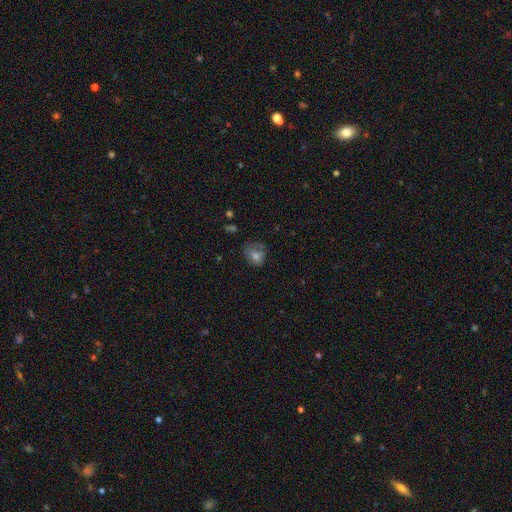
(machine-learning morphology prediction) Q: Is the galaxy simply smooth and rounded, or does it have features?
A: smooth — 63%.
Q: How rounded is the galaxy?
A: round — 52%.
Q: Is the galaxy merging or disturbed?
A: none — 53%.